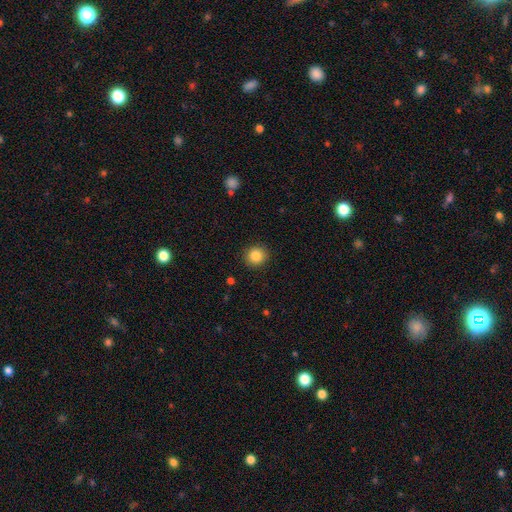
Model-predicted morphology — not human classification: The model was most divided on "smooth or featured": smooth: 85%, star or artifact: 10%, featured or disk: 5%. More confident: merging — none (91%); how rounded — round (89%).